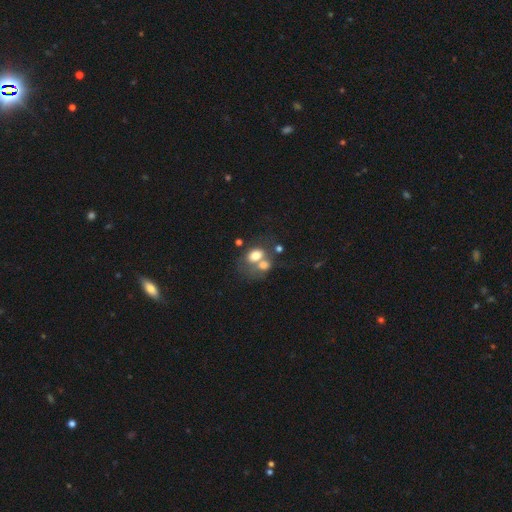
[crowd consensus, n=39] Smooth or featured: smooth — 74% (featured or disk — 15%)
How rounded: in between — 62% (round — 38%)
Merging: merger — 77% (none — 17%)